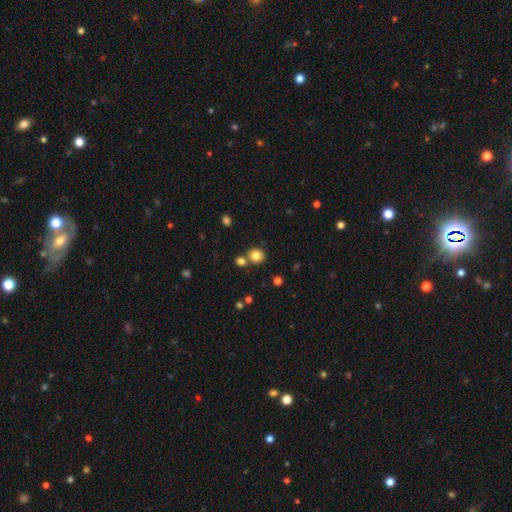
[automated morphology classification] Smooth or featured? Predicted: smooth (p=0.82). How rounded? Predicted: round (p=0.85). Merging? Predicted: none (p=0.71).